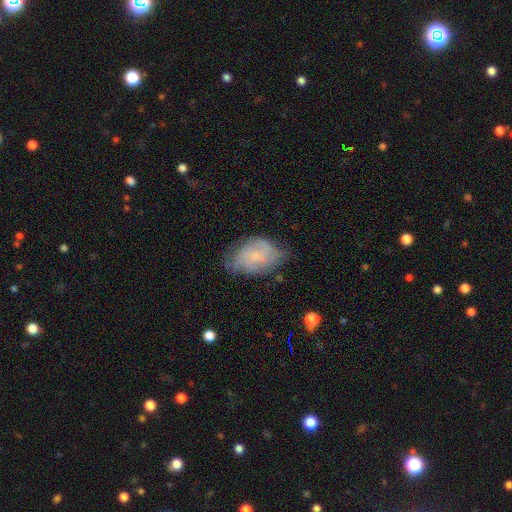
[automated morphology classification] Smooth or featured: featured or disk — 48% (smooth — 43%)
Merging: none — 57% (minor disturbance — 32%)